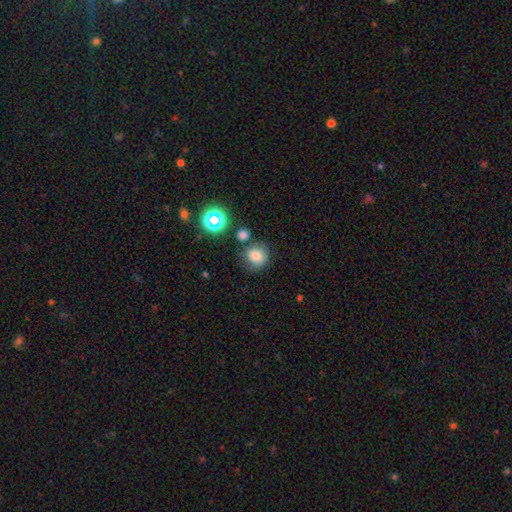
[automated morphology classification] A smooth galaxy with no disk features (74%) that is round (79%). Merging: none (67%).